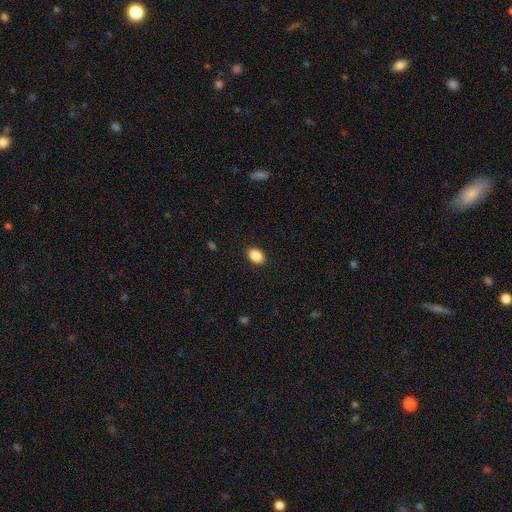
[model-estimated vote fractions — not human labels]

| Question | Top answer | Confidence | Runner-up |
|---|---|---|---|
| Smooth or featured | smooth | 88% | star or artifact (8%) |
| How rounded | in between | 80% | round (19%) |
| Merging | none | 90% | minor disturbance (7%) |